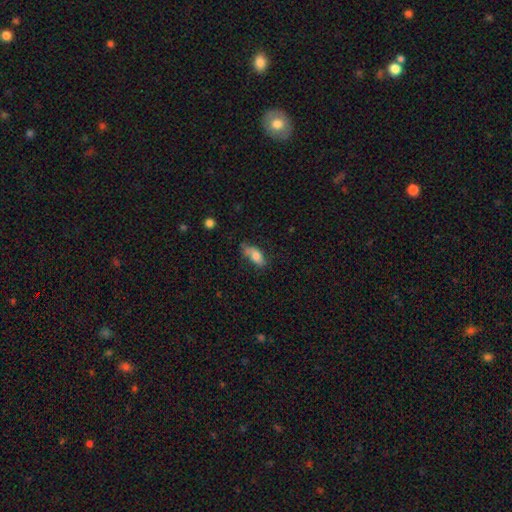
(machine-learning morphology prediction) This appears to be a smooth galaxy with no disk features (71%) that is in between round and cigar-shaped (84%). Merging: none (50%).